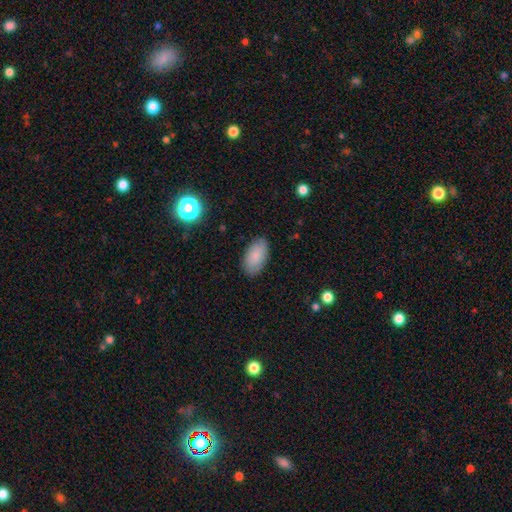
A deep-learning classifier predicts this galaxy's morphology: This appears to be a smooth galaxy with no disk features (86%) that is in between round and cigar-shaped (95%). Merging: none (86%).